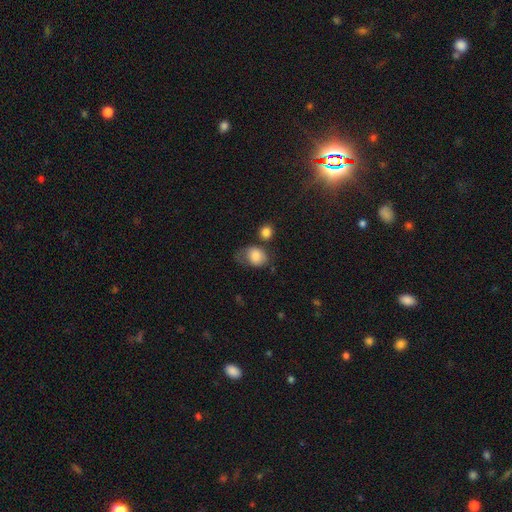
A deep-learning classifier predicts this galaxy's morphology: This is likely a smooth galaxy (79%). How rounded: possibly in between (57%). Merging: marginally none (39%).